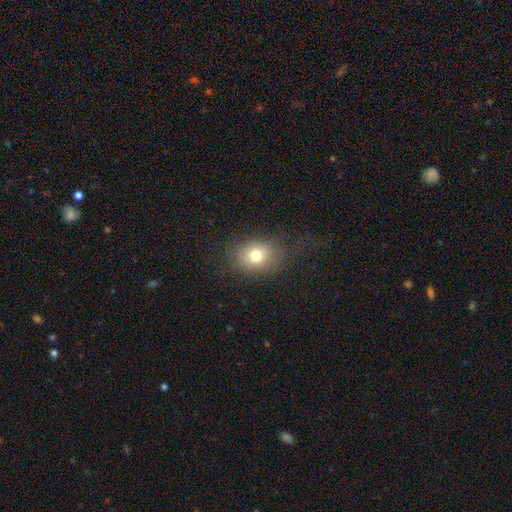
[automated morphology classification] This appears to be a smooth galaxy with no disk features (75%) that is in between round and cigar-shaped (54%). Merging: none (74%).